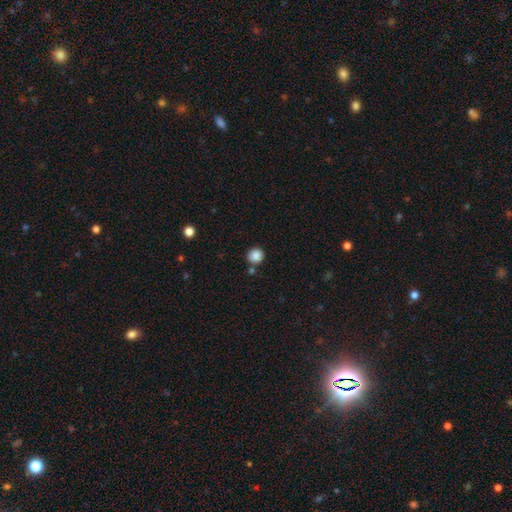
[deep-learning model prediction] The model was most divided on "merging": none: 80%, minor disturbance: 9%, merger: 8%, major disturbance: 3%. More confident: how rounded — round (90%); smooth or featured — smooth (87%).